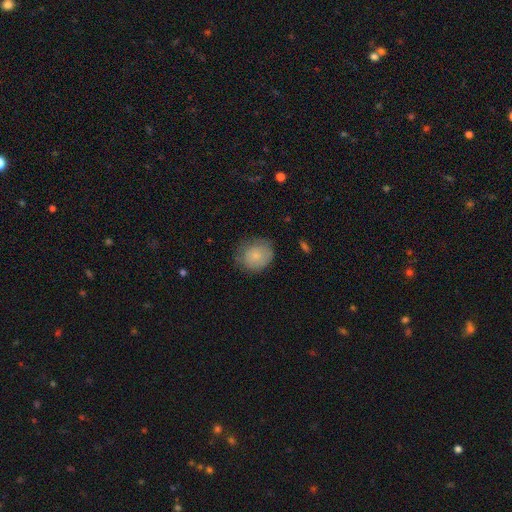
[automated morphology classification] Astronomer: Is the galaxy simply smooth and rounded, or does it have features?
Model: smooth — 78%.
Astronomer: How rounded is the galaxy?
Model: round — 71%.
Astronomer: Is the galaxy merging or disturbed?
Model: none — 67%.